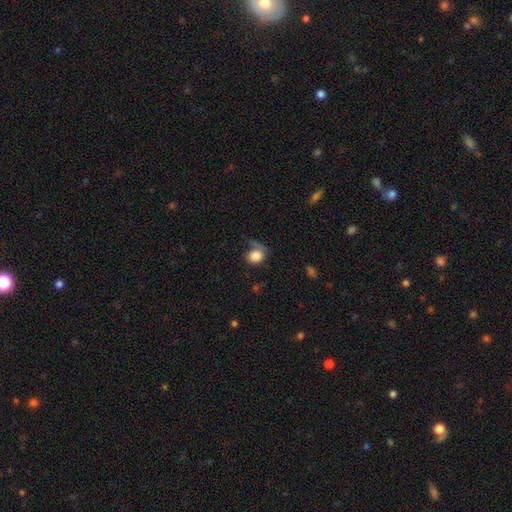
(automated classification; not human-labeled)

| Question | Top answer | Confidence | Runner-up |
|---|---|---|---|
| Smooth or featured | smooth | 79% | featured or disk (12%) |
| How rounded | round | 63% | in between (35%) |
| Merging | none | 47% | minor disturbance (24%) |